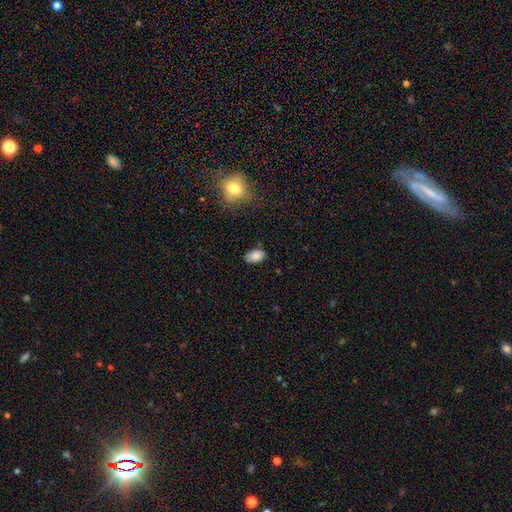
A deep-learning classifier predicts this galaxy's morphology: Smooth or featured? smooth (86%)
How rounded? in between (92%)
Merging? none (80%)